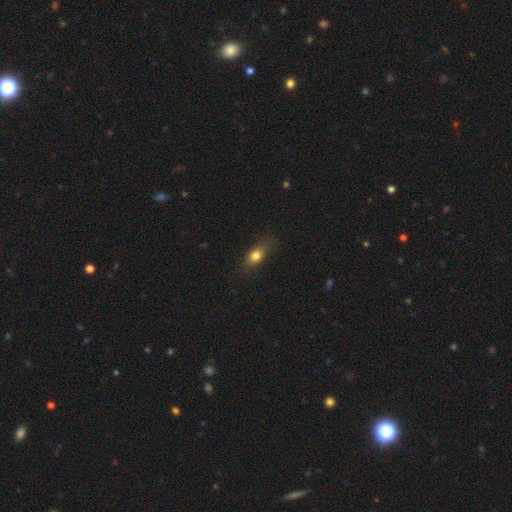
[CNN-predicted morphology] A smooth galaxy with no disk features (77%) that is in between round and cigar-shaped (69%).

Vote fractions:
- Smooth or featured? smooth: 77% / featured or disk: 13% / star or artifact: 10%
- How rounded? in between: 69% / round: 19% / cigar-shaped: 11%
- Merging? none: 74% / minor disturbance: 20% / major disturbance: 5% / merger: 1%